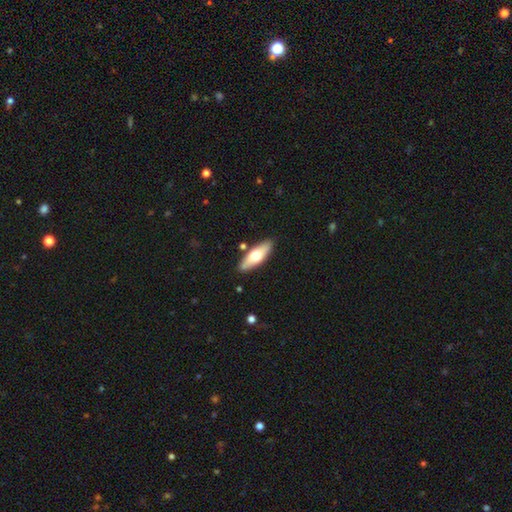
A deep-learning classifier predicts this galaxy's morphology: Smooth or featured?
  - smooth: 55% *
  - featured or disk: 40%
  - star or artifact: 5%
How rounded?
  - in between: 59% *
  - cigar-shaped: 38%
  - round: 2%
Merging?
  - none: 86% *
  - minor disturbance: 9%
  - merger: 3%
  - major disturbance: 2%